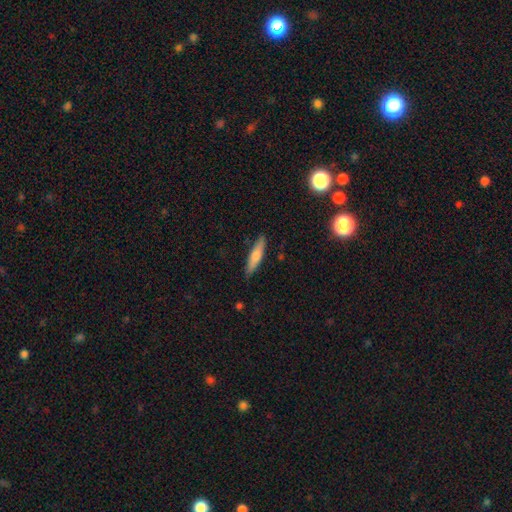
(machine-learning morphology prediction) Smooth or featured? Predicted: smooth (p=0.59). How rounded? Predicted: cigar-shaped (p=0.84). Merging? Predicted: none (p=0.89).